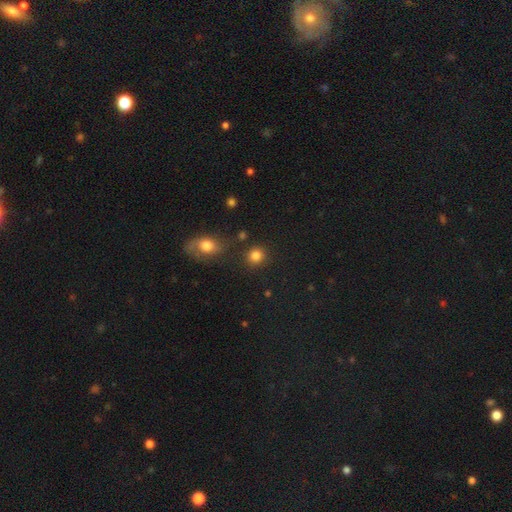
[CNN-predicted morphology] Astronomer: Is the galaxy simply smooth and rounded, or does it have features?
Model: smooth — 84%.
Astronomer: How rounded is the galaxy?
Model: round — 89%.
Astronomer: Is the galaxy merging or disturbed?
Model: none — 85%.